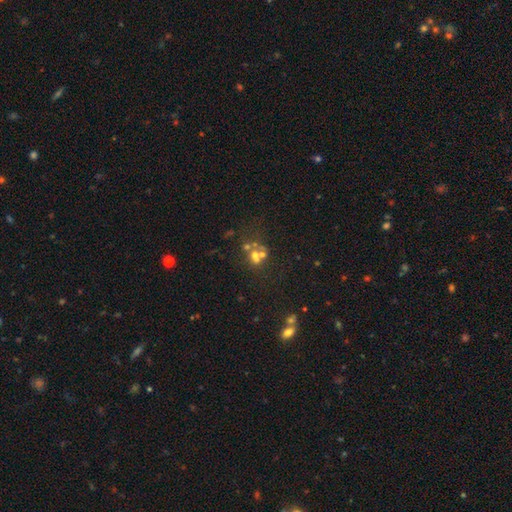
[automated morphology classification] smooth 44%, featured or disk 29%, star or artifact 27%. Down the decision tree: merging — merger (45%).